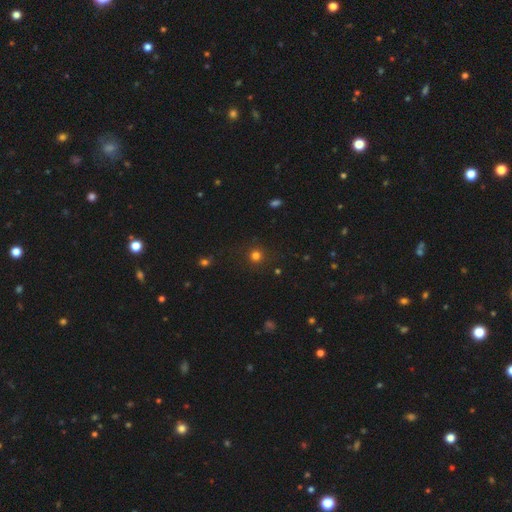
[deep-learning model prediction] smooth_or_featured: smooth (p=0.76) [alt: star or artifact p=0.19]
how_rounded: round (p=0.94) [alt: in between p=0.05]
merging: none (p=0.89) [alt: minor disturbance p=0.07]